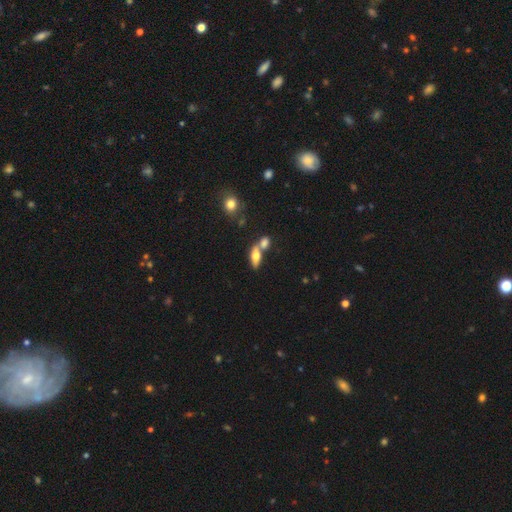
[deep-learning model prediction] A smooth galaxy with no disk features (58%) that is in between round and cigar-shaped (69%). Merging: none (46%).